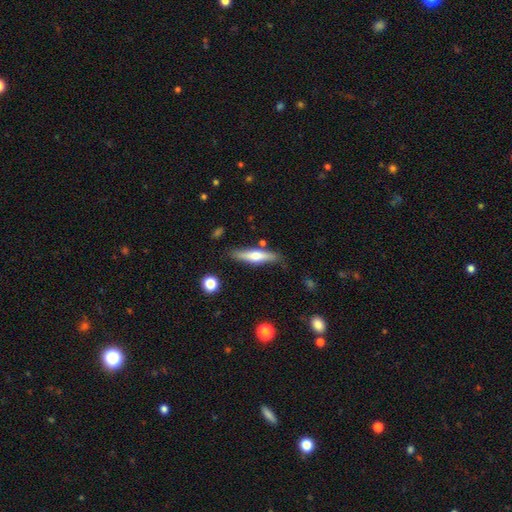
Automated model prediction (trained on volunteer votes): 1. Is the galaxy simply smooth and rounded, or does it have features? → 47% smooth (tied), 47% featured or disk (tied), 6% star or artifact.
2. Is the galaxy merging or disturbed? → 80% none, 13% minor disturbance, 4% merger, 3% major disturbance.